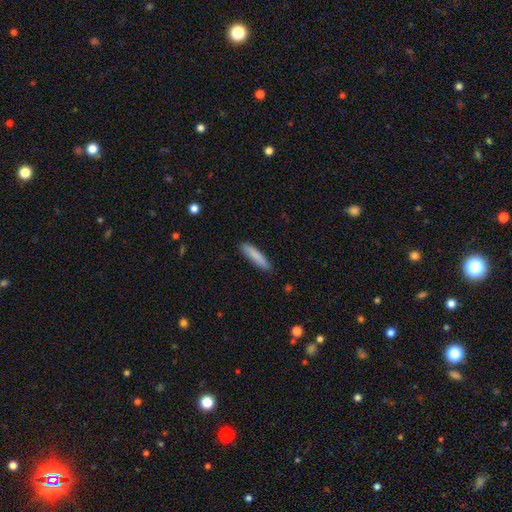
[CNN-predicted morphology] smooth_or_featured: smooth (p=0.85) [alt: featured or disk p=0.08]
how_rounded: cigar-shaped (p=0.85) [alt: in between p=0.14]
merging: none (p=0.88) [alt: minor disturbance p=0.09]